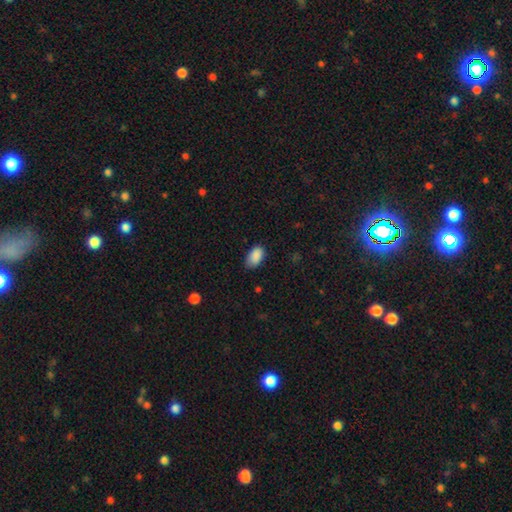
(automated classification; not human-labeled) A smooth galaxy with no disk features (89%) that is in between round and cigar-shaped (93%).

Vote fractions:
- Smooth or featured? smooth: 89% / star or artifact: 7% / featured or disk: 4%
- How rounded? in between: 93% / round: 5% / cigar-shaped: 2%
- Merging? none: 72% / minor disturbance: 23% / major disturbance: 4% / merger: 1%